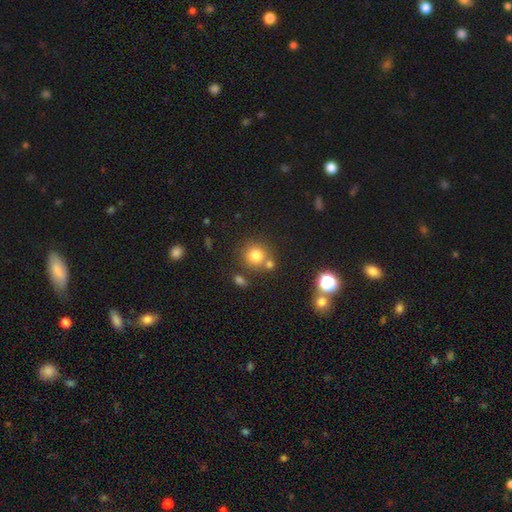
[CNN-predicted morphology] Q: Smooth or featured?
A: smooth (78%); runner-up: star or artifact (14%)
Q: How rounded?
A: round (91%); runner-up: in between (8%)
Q: Merging?
A: none (69%); runner-up: merger (17%)